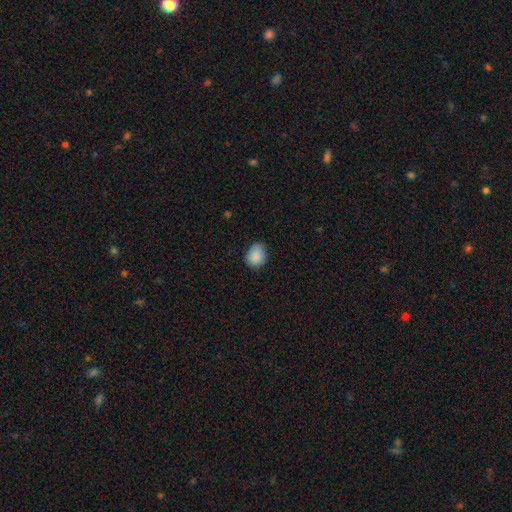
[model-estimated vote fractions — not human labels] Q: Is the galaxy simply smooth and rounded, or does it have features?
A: smooth — 88%.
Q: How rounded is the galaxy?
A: round — 51%.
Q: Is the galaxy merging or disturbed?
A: none — 74%.